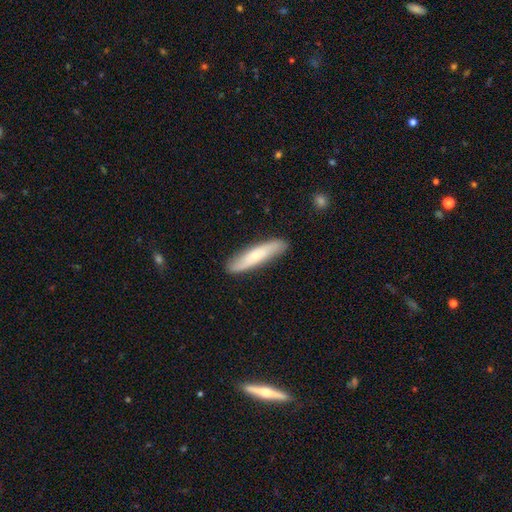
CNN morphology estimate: smooth 57%, featured or disk 38%, star or artifact 6%. Down the decision tree: how rounded — cigar-shaped (83%); merging — none (85%).